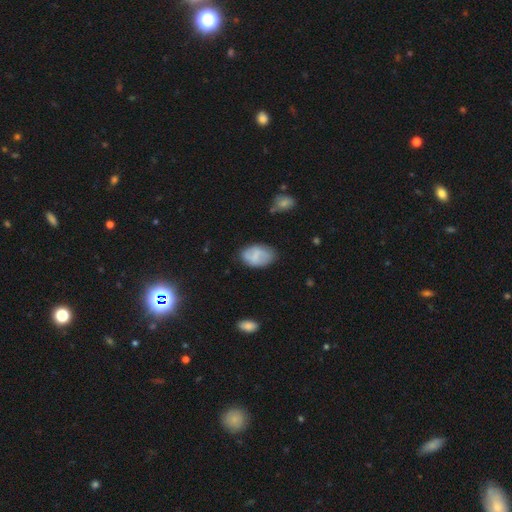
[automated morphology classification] Q: Smooth or featured?
A: smooth (62%); runner-up: featured or disk (30%)
Q: How rounded?
A: in between (89%); runner-up: round (9%)
Q: Merging?
A: none (74%); runner-up: minor disturbance (19%)